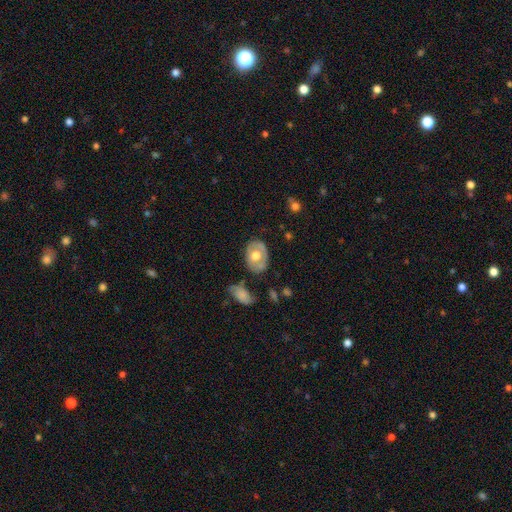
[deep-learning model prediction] Smooth or featured?
  - smooth: 50% *
  - featured or disk: 44%
  - star or artifact: 6%
Merging?
  - none: 68% *
  - minor disturbance: 21%
  - major disturbance: 7%
  - merger: 4%